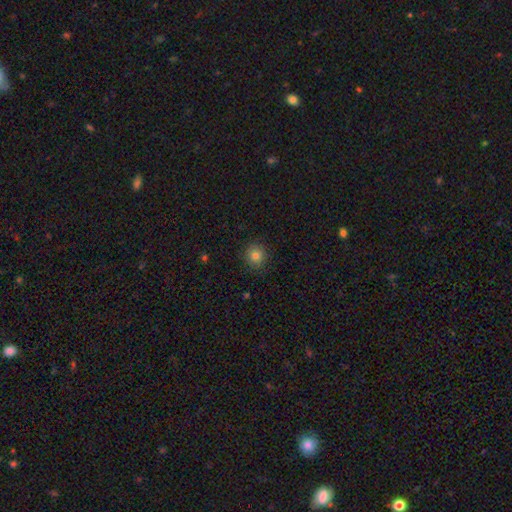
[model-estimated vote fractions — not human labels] Q: Smooth or featured?
A: smooth (80%); runner-up: star or artifact (13%)
Q: How rounded?
A: round (91%); runner-up: in between (8%)
Q: Merging?
A: none (90%); runner-up: minor disturbance (7%)